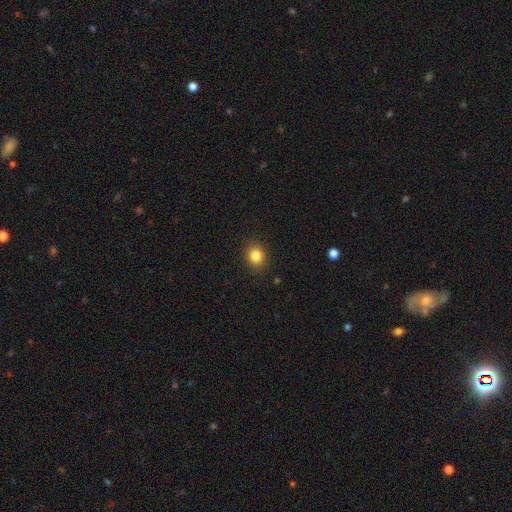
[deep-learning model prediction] A smooth galaxy with no disk features (84%) that is round (68%). Merging: none (89%).